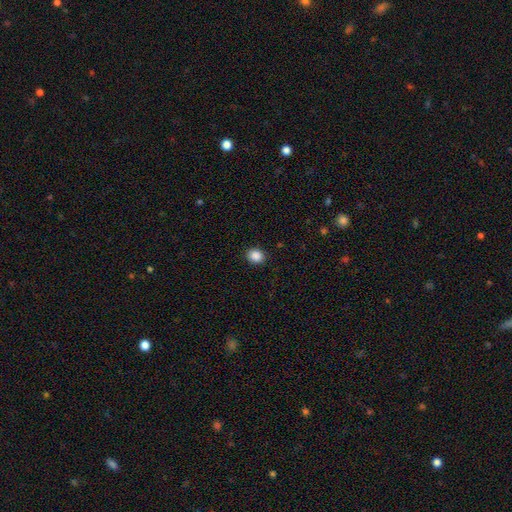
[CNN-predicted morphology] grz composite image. It shows a smooth galaxy with no disk features (88%) that is round (66%). Merging: none (91%).